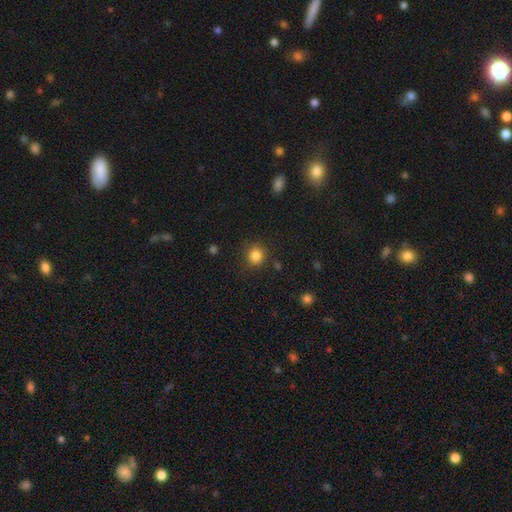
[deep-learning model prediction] The model was most divided on "smooth or featured": smooth: 84%, star or artifact: 12%, featured or disk: 4%. More confident: how rounded — round (87%); merging — none (86%).